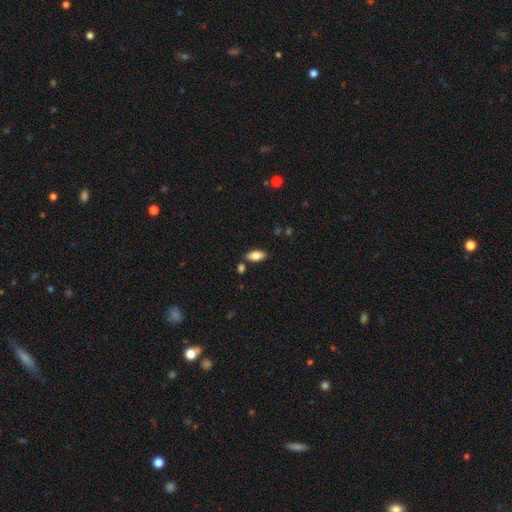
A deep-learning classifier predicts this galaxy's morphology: Smooth or featured? Predicted: smooth (p=0.82). How rounded? Predicted: in between (p=0.91). Merging? Predicted: none (p=0.81).